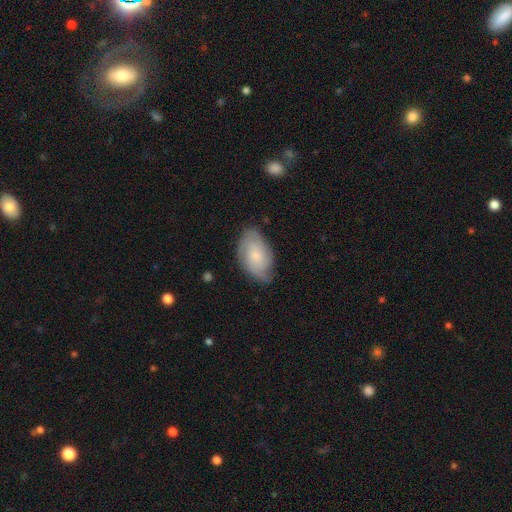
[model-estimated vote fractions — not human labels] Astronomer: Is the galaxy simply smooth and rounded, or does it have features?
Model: smooth — 49% (runner-up: featured or disk, 45%).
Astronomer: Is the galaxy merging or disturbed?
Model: none — 68%.